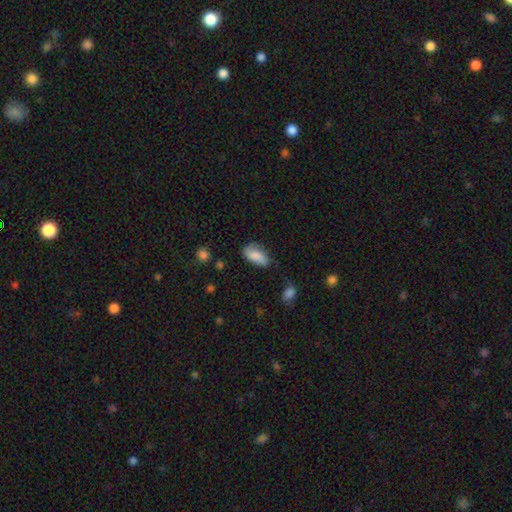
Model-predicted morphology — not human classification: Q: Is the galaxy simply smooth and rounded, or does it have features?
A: smooth — 74%.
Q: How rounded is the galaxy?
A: in between — 89%.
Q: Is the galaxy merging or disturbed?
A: none — 55%.